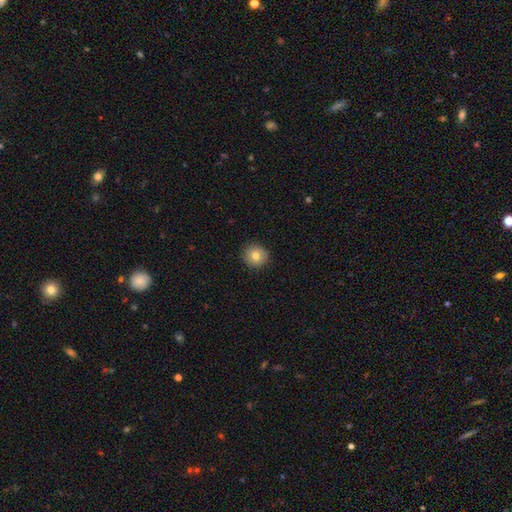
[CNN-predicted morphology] Smooth or featured? smooth (78%)
How rounded? round (91%)
Merging? none (91%)